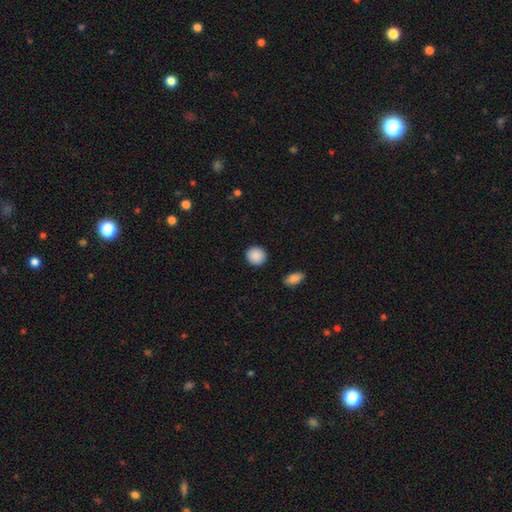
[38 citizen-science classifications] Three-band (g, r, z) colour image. It shows a smooth galaxy with no disk features (95%) that is round (94%). Merging: none (100%).